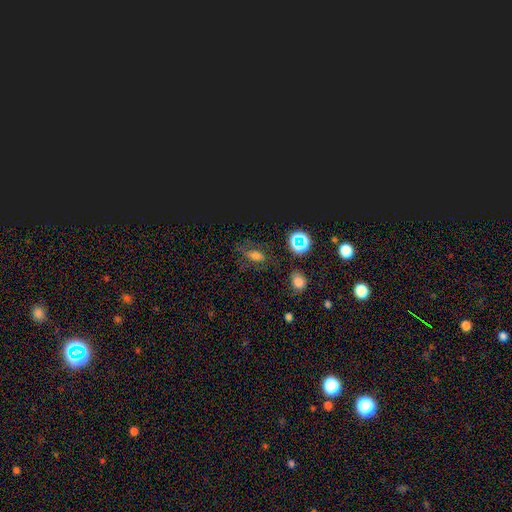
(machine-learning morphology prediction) This is marginally a smooth galaxy (44%). Merging: likely none (63%).